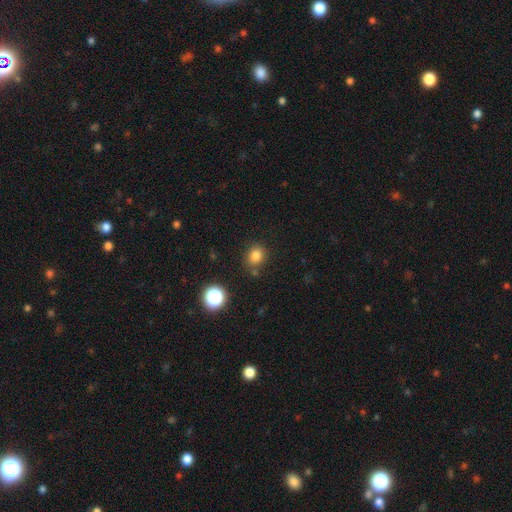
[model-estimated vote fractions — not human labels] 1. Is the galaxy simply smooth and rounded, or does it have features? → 80% smooth, 14% star or artifact, 5% featured or disk.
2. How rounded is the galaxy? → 74% round, 26% in between, 1% cigar-shaped.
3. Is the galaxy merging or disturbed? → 77% none, 12% minor disturbance, 7% merger, 4% major disturbance.